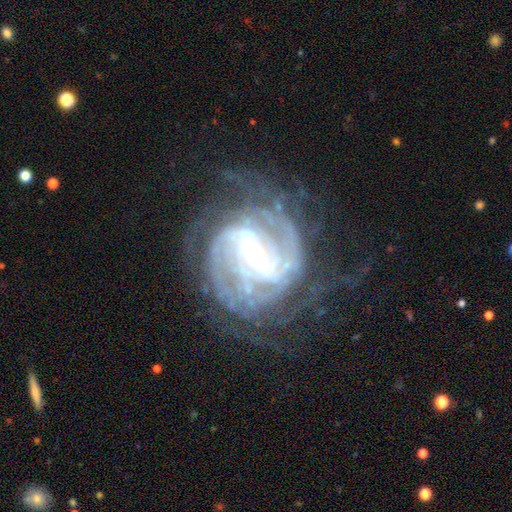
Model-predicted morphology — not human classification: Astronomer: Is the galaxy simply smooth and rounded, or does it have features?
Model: featured or disk — 91%.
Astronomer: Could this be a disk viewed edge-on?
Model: no — 97%.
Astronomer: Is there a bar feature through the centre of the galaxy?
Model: weak — 40% (runner-up: strong, 38%).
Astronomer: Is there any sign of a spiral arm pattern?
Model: yes — 97%.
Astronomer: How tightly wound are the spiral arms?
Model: tight — 61%.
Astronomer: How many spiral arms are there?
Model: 2 — 28% (runner-up: can't tell, 24%).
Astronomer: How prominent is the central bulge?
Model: small — 75%.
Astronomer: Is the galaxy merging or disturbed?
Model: none — 64%.